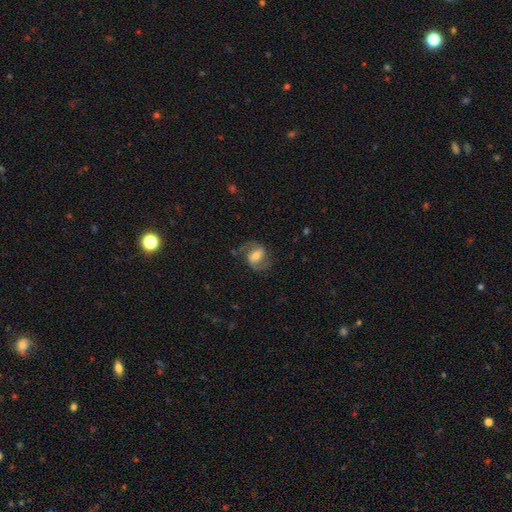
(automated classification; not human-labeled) This is likely a featured or disk galaxy (71%). It is clearly not viewed edge-on (97%). Bar: marginally weak (41%). Spiral arm pattern: clearly yes (91%). Spiral arm count: clearly 2 (90%). Spiral winding: possibly medium (52%). Central bulge: possibly moderate (51%). Merging: likely none (69%).